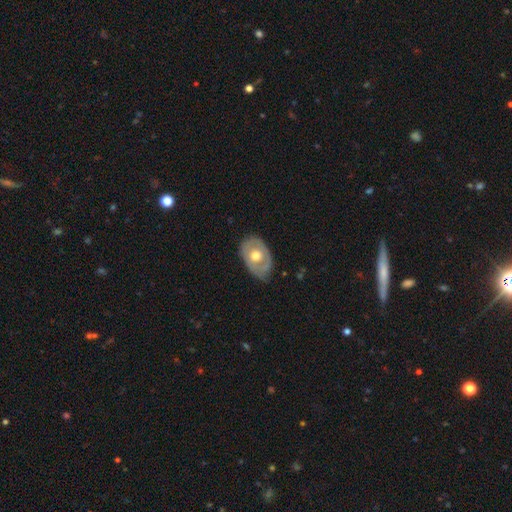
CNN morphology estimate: The model was most divided on "smooth or featured": featured or disk: 53%, smooth: 42%, star or artifact: 5%. More confident: edge-on disk — no (91%); merging — none (72%).